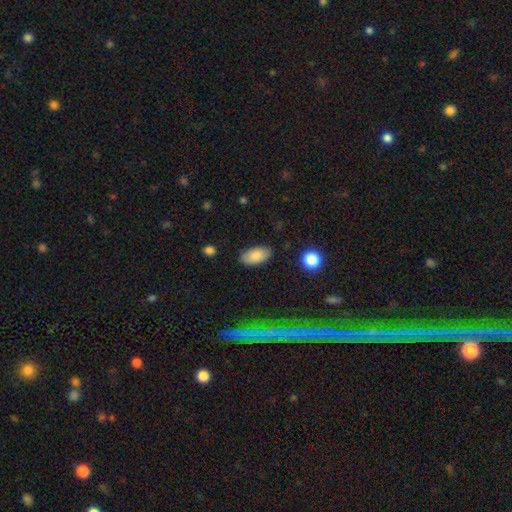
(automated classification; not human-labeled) smooth_or_featured: smooth (p=0.82) [alt: featured or disk p=0.11]
how_rounded: in between (p=0.93) [alt: round p=0.04]
merging: none (p=0.83) [alt: minor disturbance p=0.13]